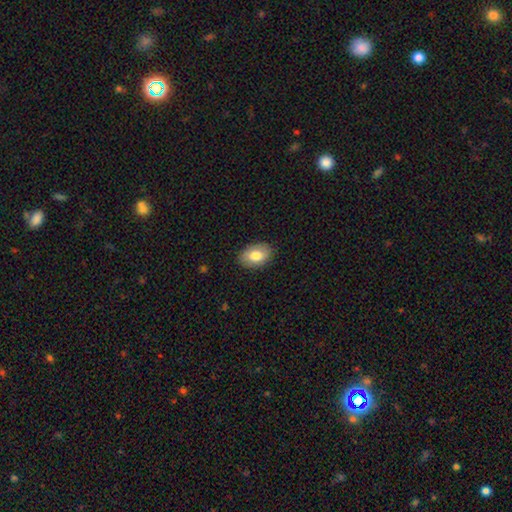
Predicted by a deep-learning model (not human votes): Smooth or featured? smooth (78%)
How rounded? in between (87%)
Merging? none (86%)